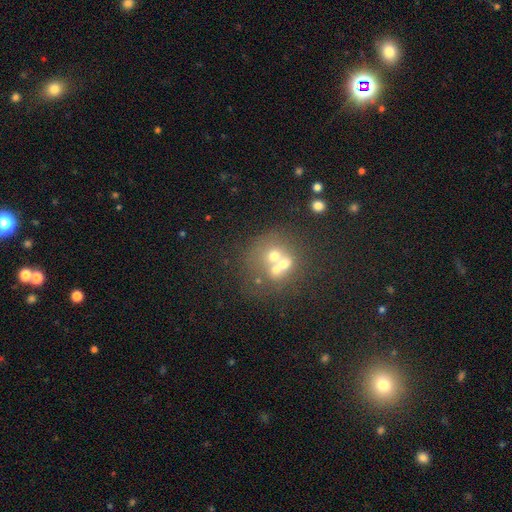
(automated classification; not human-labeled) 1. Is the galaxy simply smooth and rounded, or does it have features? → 44% star or artifact, 39% smooth, 17% featured or disk.